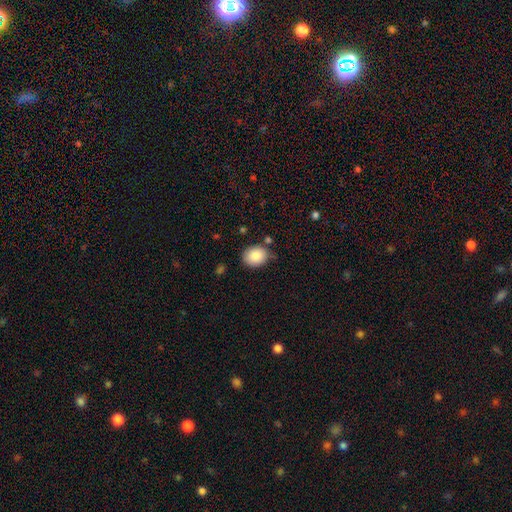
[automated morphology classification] type=smooth (88%); roundness=in between (52%); merging=none (76%).